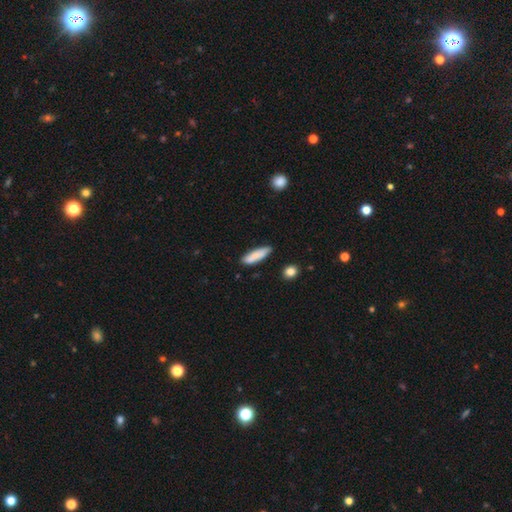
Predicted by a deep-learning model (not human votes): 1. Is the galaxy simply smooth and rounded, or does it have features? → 84% smooth, 10% featured or disk, 6% star or artifact.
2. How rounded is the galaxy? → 64% cigar-shaped, 34% in between, 2% round.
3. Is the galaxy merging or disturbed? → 79% none, 16% minor disturbance, 3% merger, 3% major disturbance.